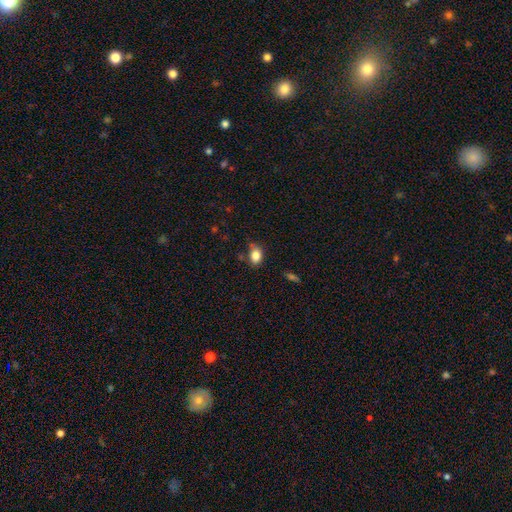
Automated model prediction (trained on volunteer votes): A smooth galaxy with no disk features (84%) that is in between round and cigar-shaped (74%). Merging: none (63%).